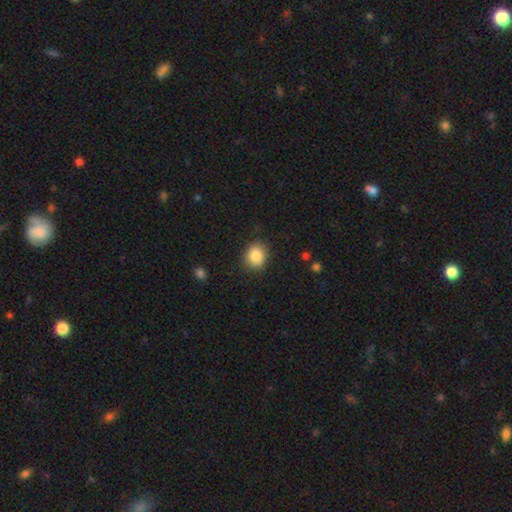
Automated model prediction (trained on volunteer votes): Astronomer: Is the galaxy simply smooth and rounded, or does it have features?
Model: smooth — 86%.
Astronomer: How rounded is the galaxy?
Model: round — 64%.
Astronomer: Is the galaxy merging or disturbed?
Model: none — 86%.